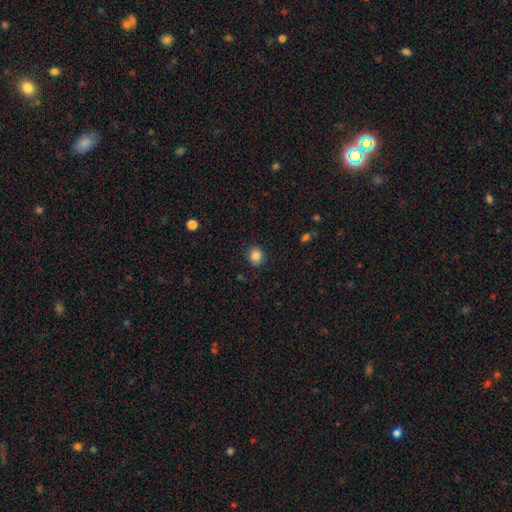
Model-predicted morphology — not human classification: smooth 85%, star or artifact 10%, featured or disk 5%. Down the decision tree: how rounded — round (82%); merging — none (90%).